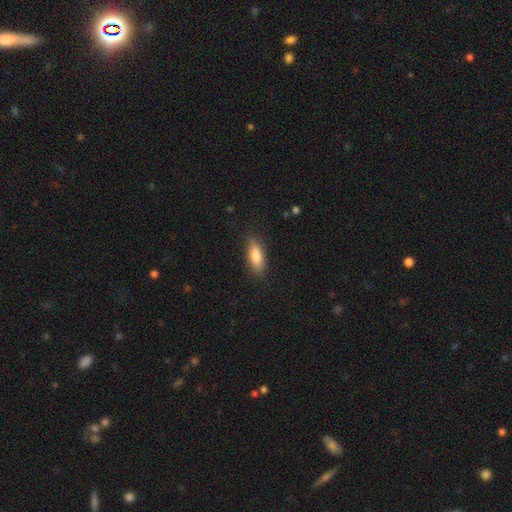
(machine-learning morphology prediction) Q: Smooth or featured?
A: smooth (82%); runner-up: featured or disk (12%)
Q: How rounded?
A: in between (69%); runner-up: cigar-shaped (28%)
Q: Merging?
A: none (83%); runner-up: minor disturbance (13%)